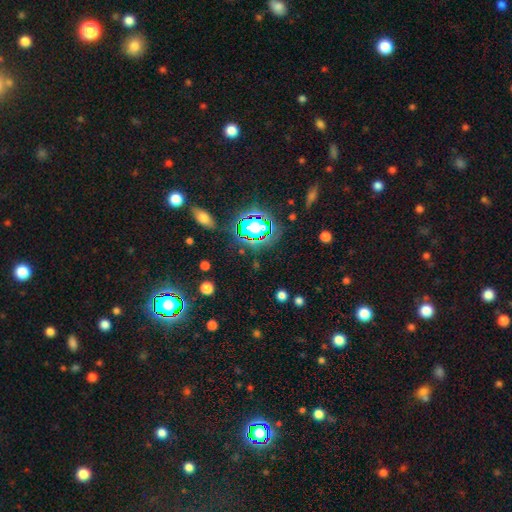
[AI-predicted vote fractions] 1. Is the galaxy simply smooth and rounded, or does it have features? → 76% star or artifact, 15% smooth, 9% featured or disk.